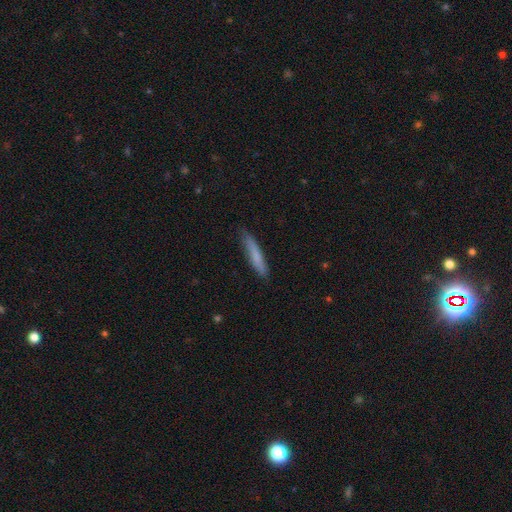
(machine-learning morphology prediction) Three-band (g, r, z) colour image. It shows a smooth galaxy with no disk features (74%) that is cigar-shaped (93%). Merging: none (83%).